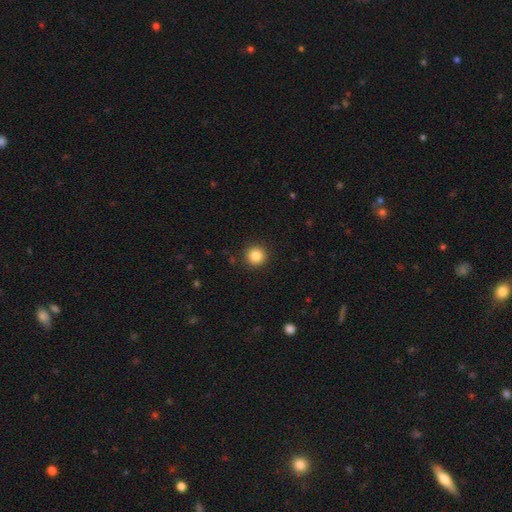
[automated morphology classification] Smooth or featured? smooth (85%)
How rounded? round (95%)
Merging? none (92%)